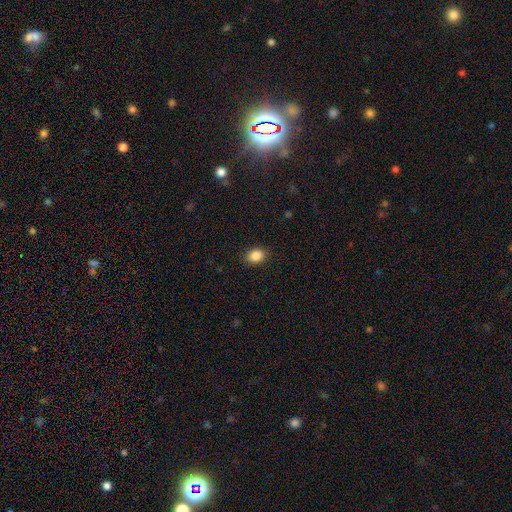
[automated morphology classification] Overall: smooth (87%). How rounded: in between (72%). Merging: none (88%).